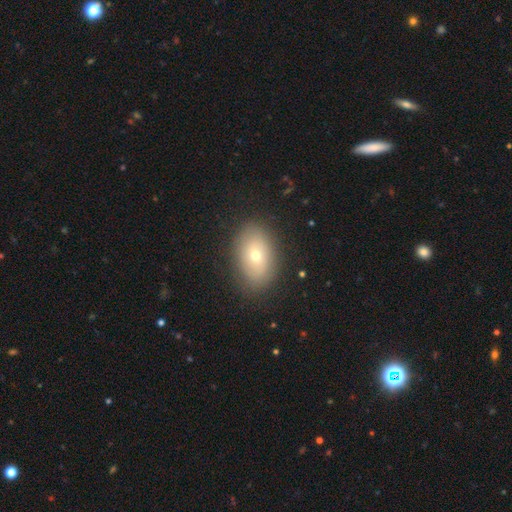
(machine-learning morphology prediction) smooth_or_featured: smooth (p=0.65) [alt: featured or disk p=0.25]
how_rounded: in between (p=0.85) [alt: round p=0.14]
merging: none (p=0.85) [alt: minor disturbance p=0.10]